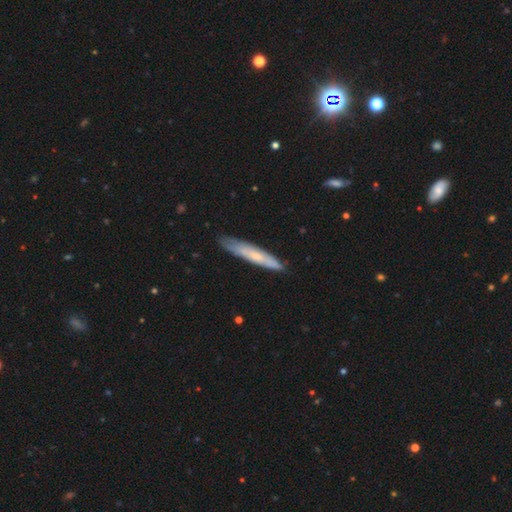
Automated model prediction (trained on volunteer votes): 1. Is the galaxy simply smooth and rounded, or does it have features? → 52% smooth, 42% featured or disk, 6% star or artifact.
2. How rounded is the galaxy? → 93% cigar-shaped, 6% in between, 1% round.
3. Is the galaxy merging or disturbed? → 85% none, 12% minor disturbance, 2% major disturbance, 1% merger.